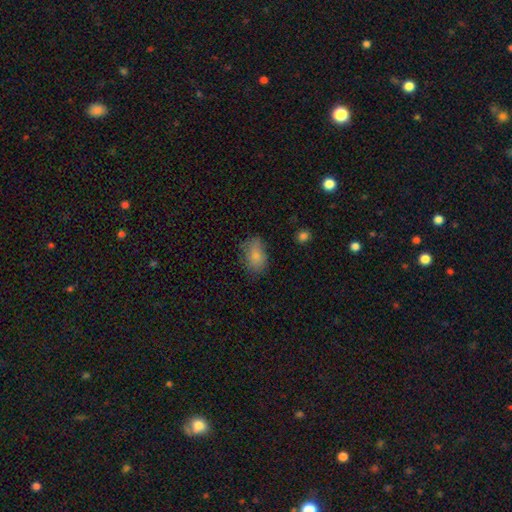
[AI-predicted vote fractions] This appears to be a smooth galaxy with no disk features (81%) that is in between round and cigar-shaped (85%). Merging: none (66%).